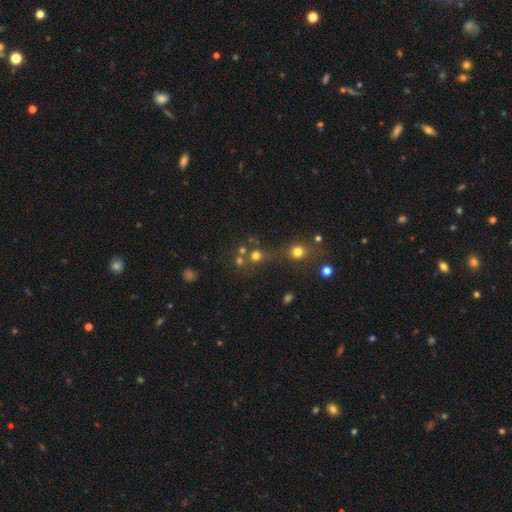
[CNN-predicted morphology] Smooth or featured? smooth (66%)
How rounded? round (90%)
Merging? none (55%)